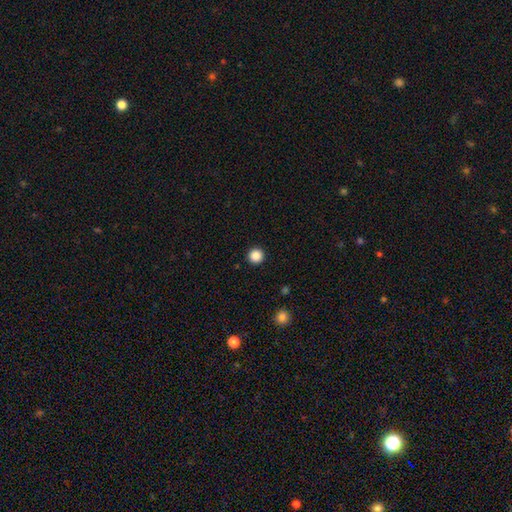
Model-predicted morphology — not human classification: This is clearly a smooth galaxy (87%). How rounded: clearly round (96%). Merging: clearly none (94%).